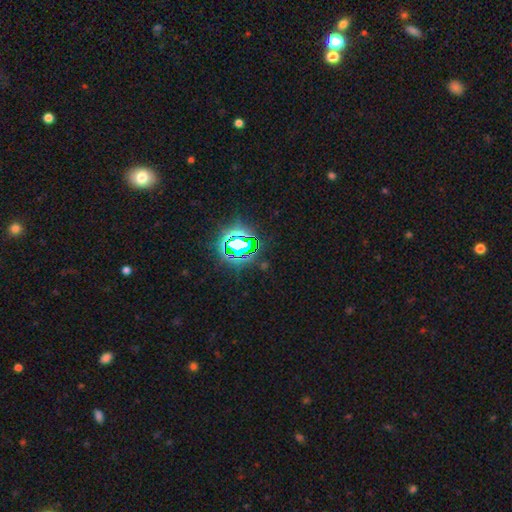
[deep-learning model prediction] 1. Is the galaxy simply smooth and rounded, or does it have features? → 82% star or artifact, 12% smooth, 7% featured or disk.